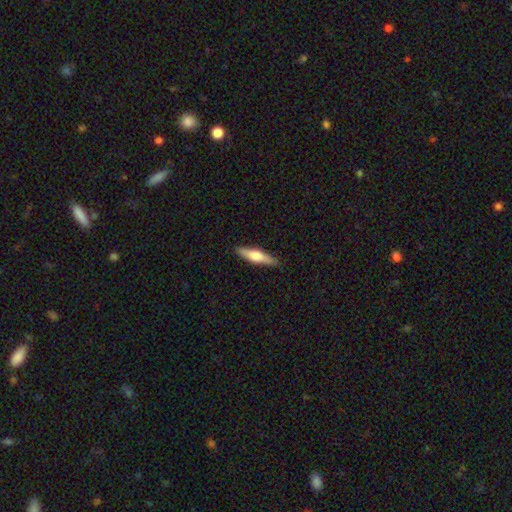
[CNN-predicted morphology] Smooth or featured? featured or disk (49%)
Merging? none (90%)